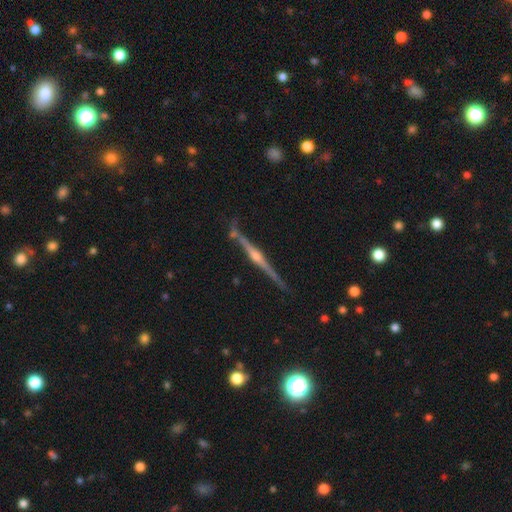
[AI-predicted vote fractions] A featured or disk galaxy (86%) viewed edge-on (98%) with a rounded central bulge (87%). Merging: none (89%).